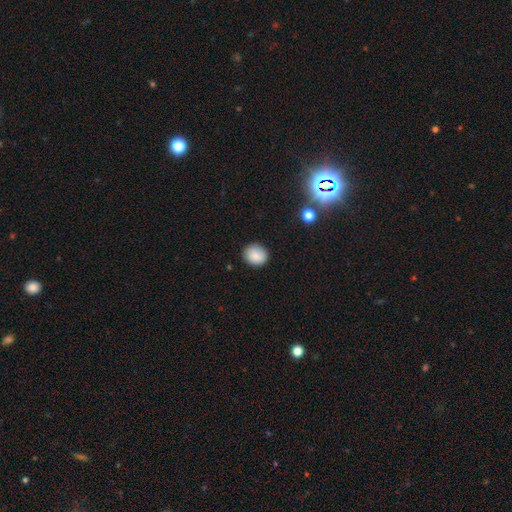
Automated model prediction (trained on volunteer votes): smooth 86%, star or artifact 9%, featured or disk 6%. Down the decision tree: how rounded — round (76%); merging — none (87%).